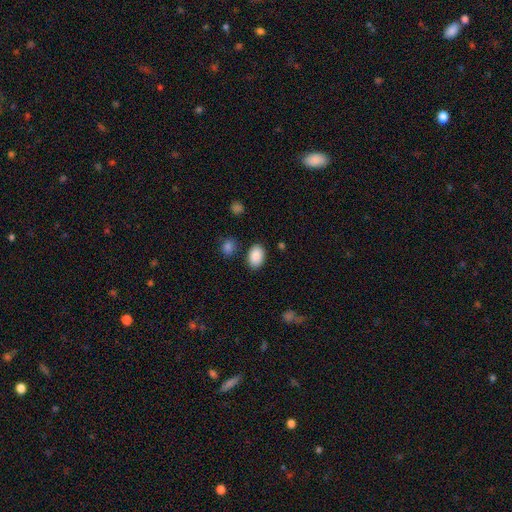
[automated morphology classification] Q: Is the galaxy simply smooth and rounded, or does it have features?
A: smooth — 89%.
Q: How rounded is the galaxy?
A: in between — 87%.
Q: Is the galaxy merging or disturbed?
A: none — 84%.